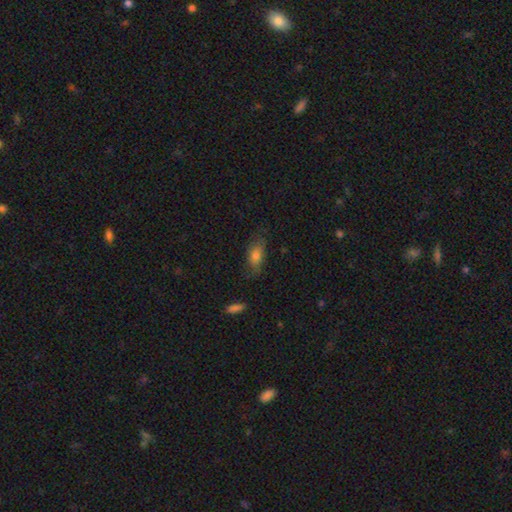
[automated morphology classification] Smooth or featured? smooth (75%)
How rounded? in between (80%)
Merging? none (68%)